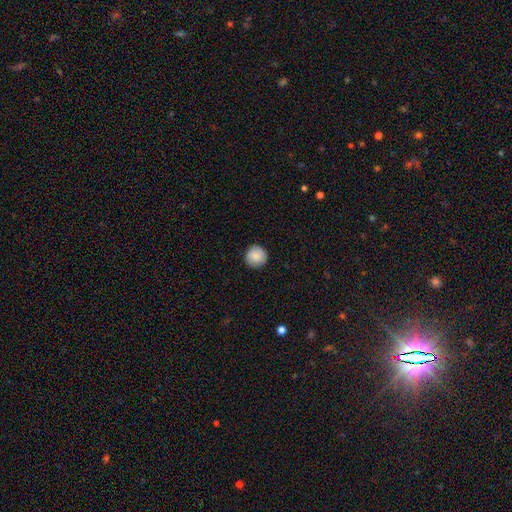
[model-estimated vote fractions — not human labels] Smooth or featured: smooth — 87% (star or artifact — 7%)
How rounded: round — 96% (in between — 3%)
Merging: none — 91% (minor disturbance — 7%)